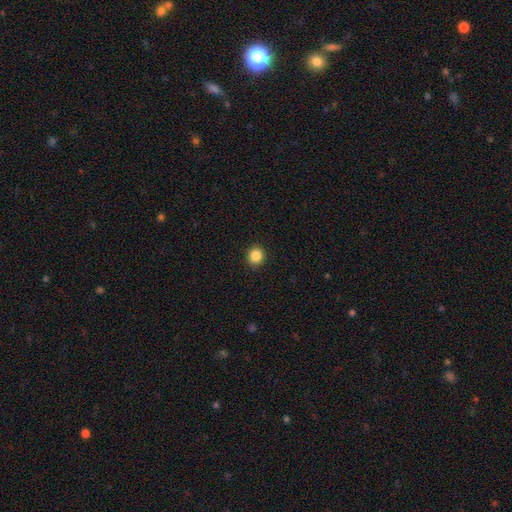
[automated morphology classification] smooth_or_featured: smooth (p=0.86) [alt: star or artifact p=0.10]
how_rounded: round (p=0.85) [alt: in between p=0.14]
merging: none (p=0.92) [alt: minor disturbance p=0.05]